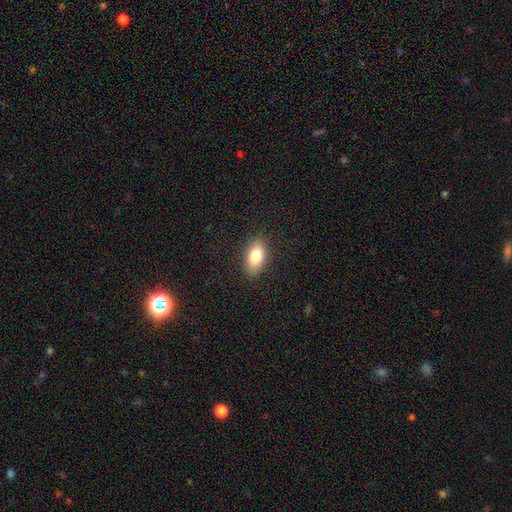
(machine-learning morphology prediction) Smooth or featured: smooth — 80% (featured or disk — 13%)
How rounded: in between — 89% (cigar-shaped — 6%)
Merging: none — 88% (minor disturbance — 9%)